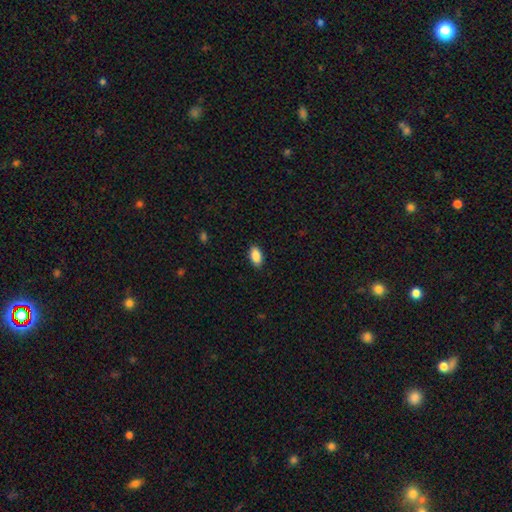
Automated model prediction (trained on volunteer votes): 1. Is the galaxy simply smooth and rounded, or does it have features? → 89% smooth, 7% star or artifact, 4% featured or disk.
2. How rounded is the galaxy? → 93% in between, 4% round, 3% cigar-shaped.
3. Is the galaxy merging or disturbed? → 89% none, 9% minor disturbance, 2% major disturbance, 1% merger.